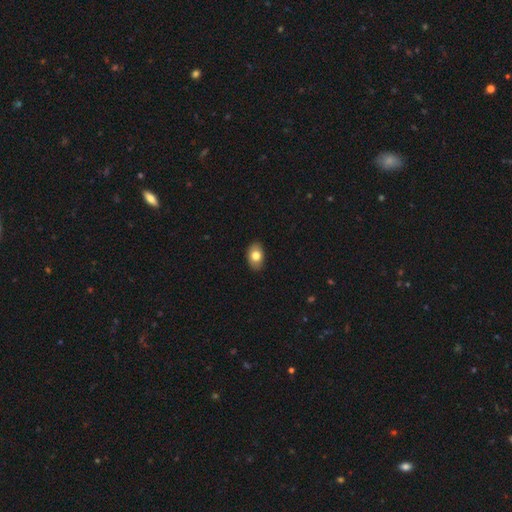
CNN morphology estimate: Q: Smooth or featured?
A: smooth (77%); runner-up: featured or disk (15%)
Q: How rounded?
A: in between (86%); runner-up: round (13%)
Q: Merging?
A: none (88%); runner-up: minor disturbance (10%)